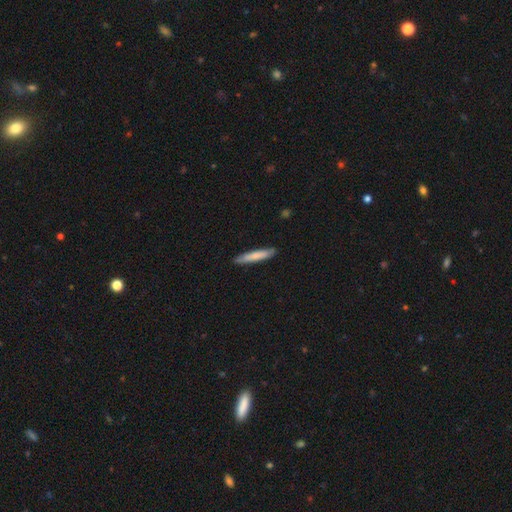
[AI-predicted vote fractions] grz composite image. It shows a smooth galaxy with no disk features (75%) that is cigar-shaped (91%). Merging: none (88%).